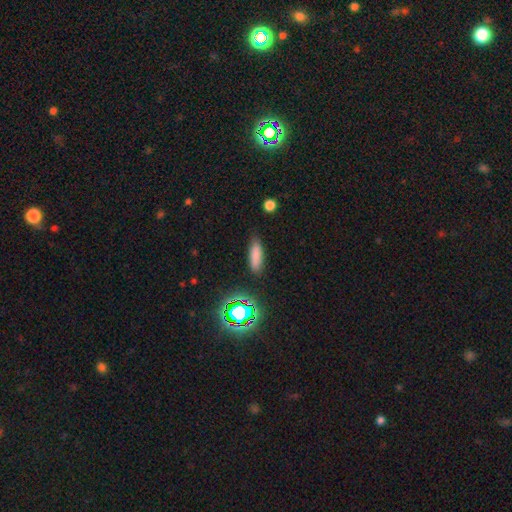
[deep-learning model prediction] Q: Smooth or featured?
A: smooth (78%); runner-up: star or artifact (14%)
Q: How rounded?
A: cigar-shaped (51%); runner-up: in between (47%)
Q: Merging?
A: none (82%); runner-up: minor disturbance (13%)